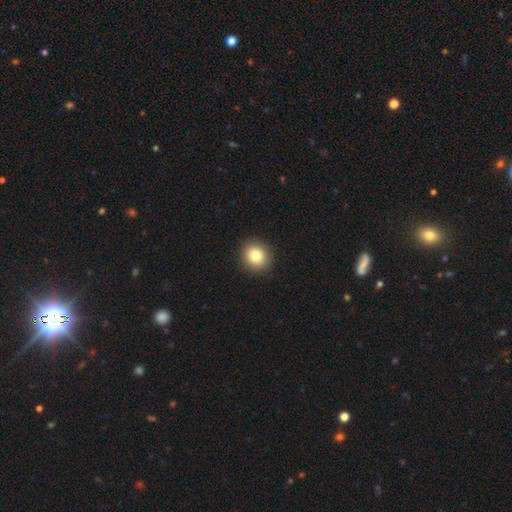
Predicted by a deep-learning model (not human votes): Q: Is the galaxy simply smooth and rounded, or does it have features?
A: smooth — 83%.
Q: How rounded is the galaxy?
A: round — 83%.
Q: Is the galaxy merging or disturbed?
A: none — 91%.